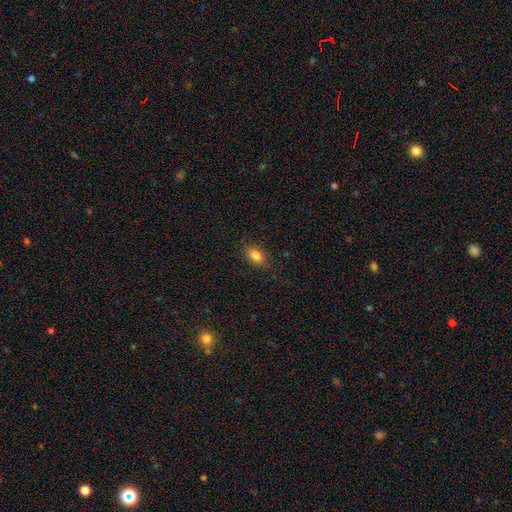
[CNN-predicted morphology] This is clearly a smooth galaxy (84%). How rounded: clearly in between (88%). Merging: clearly none (86%).